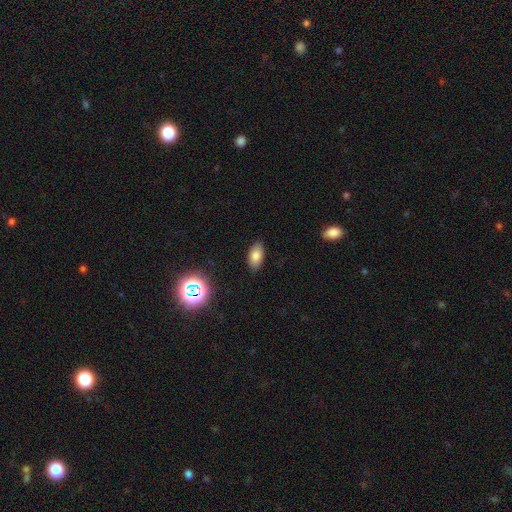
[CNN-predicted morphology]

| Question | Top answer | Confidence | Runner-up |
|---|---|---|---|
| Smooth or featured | smooth | 78% | star or artifact (12%) |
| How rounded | in between | 92% | round (4%) |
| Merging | none | 87% | minor disturbance (10%) |